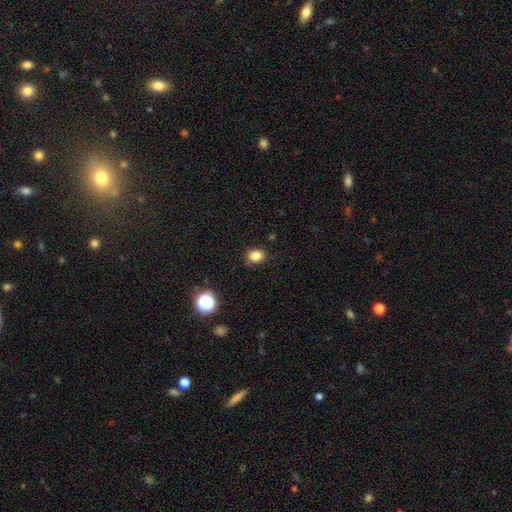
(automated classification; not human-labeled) Morphology: type=smooth (83%); roundness=round (54%); merging=none (82%).